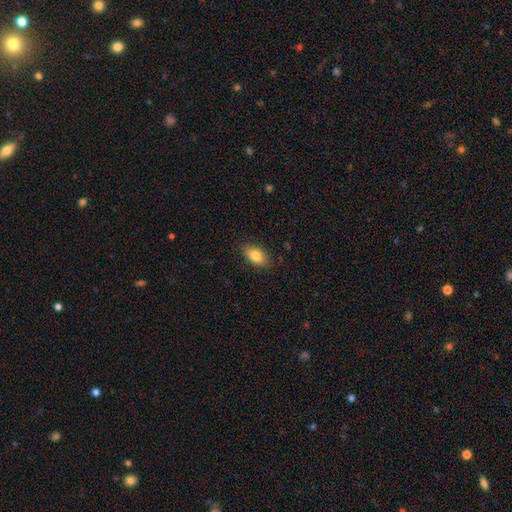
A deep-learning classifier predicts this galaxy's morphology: Overall: smooth (82%). How rounded: in between (90%). Merging: none (86%).